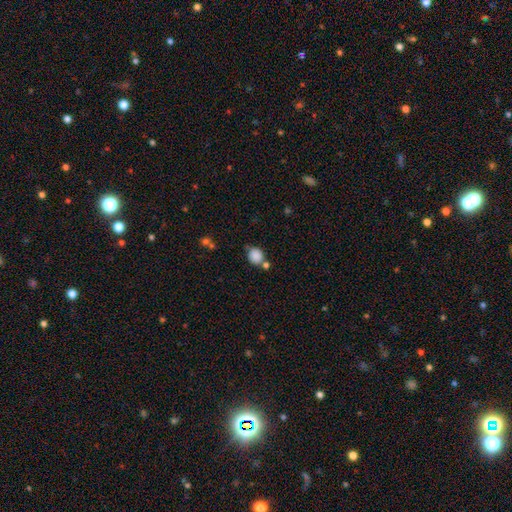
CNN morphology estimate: Smooth or featured? Predicted: smooth (p=0.86). How rounded? Predicted: round (p=0.75). Merging? Predicted: none (p=0.63).